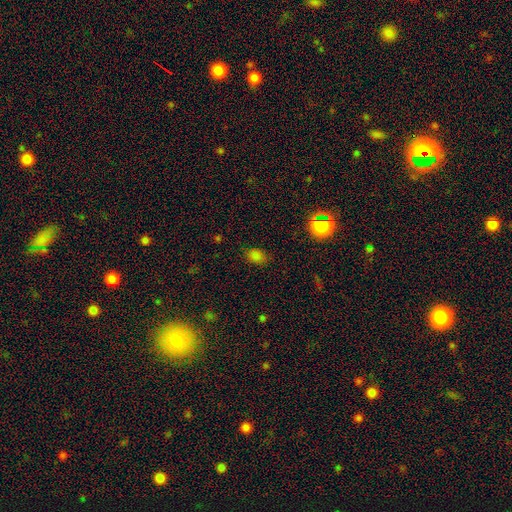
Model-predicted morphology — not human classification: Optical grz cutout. It shows a smooth galaxy with no disk features (77%) that is in between round and cigar-shaped (67%). Merging: none (82%).